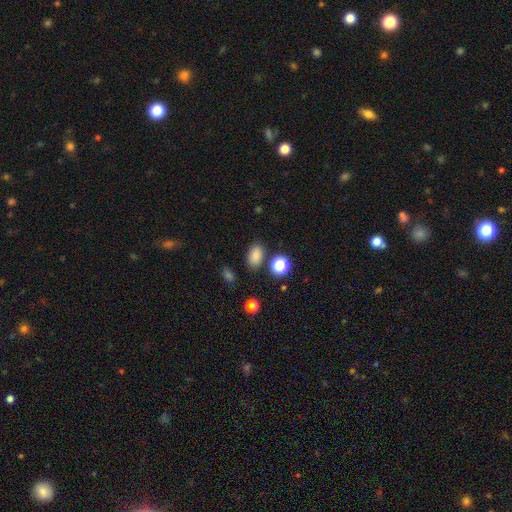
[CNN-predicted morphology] Smooth or featured? smooth (81%)
How rounded? in between (82%)
Merging? none (82%)